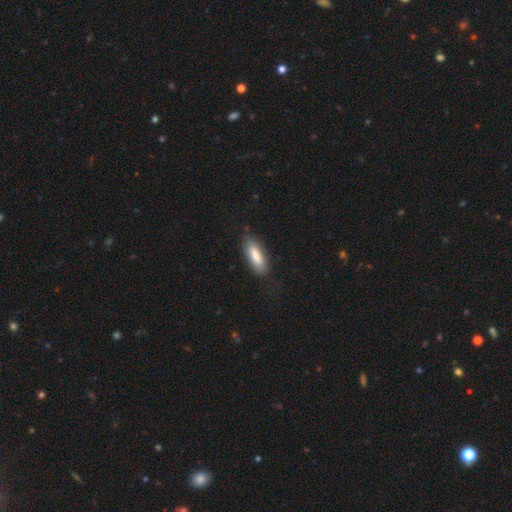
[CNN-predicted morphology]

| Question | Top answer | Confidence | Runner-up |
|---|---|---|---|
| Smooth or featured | smooth | 79% | featured or disk (15%) |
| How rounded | in between | 66% | cigar-shaped (32%) |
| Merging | none | 78% | minor disturbance (16%) |